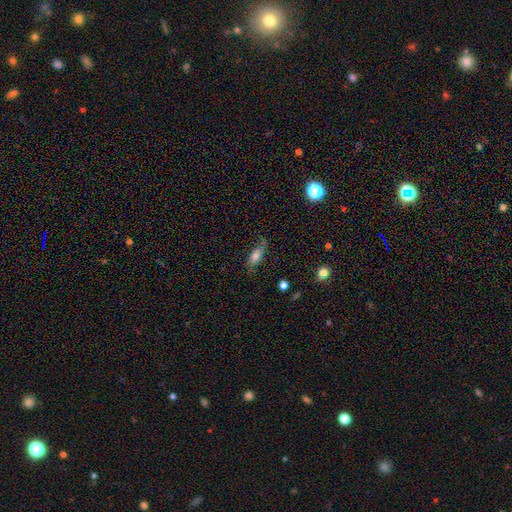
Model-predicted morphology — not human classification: Smooth or featured? Predicted: smooth (p=0.58). How rounded? Predicted: in between (p=0.75). Merging? Predicted: none (p=0.60).